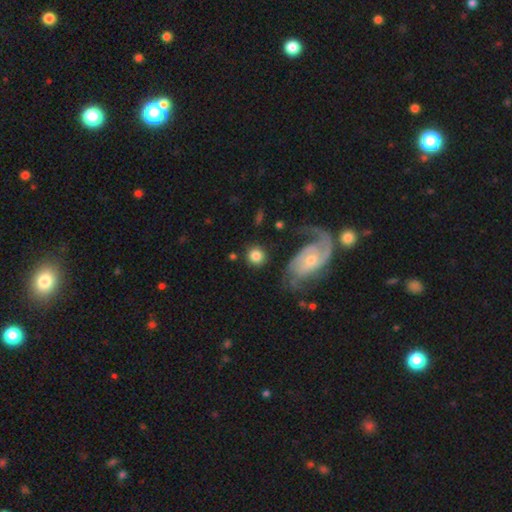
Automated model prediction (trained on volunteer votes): Q: Smooth or featured?
A: smooth (76%); runner-up: featured or disk (17%)
Q: How rounded?
A: round (90%); runner-up: in between (8%)
Q: Merging?
A: none (80%); runner-up: minor disturbance (9%)